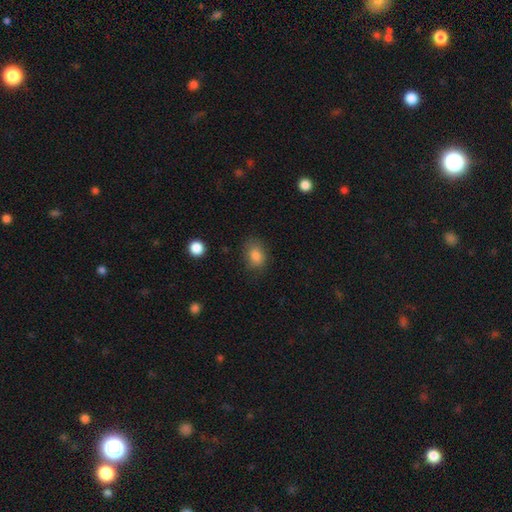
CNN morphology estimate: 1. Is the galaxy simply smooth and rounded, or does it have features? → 83% smooth, 10% star or artifact, 7% featured or disk.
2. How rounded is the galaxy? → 68% in between, 31% round, 1% cigar-shaped.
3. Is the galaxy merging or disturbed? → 68% none, 23% minor disturbance, 7% major disturbance, 2% merger.